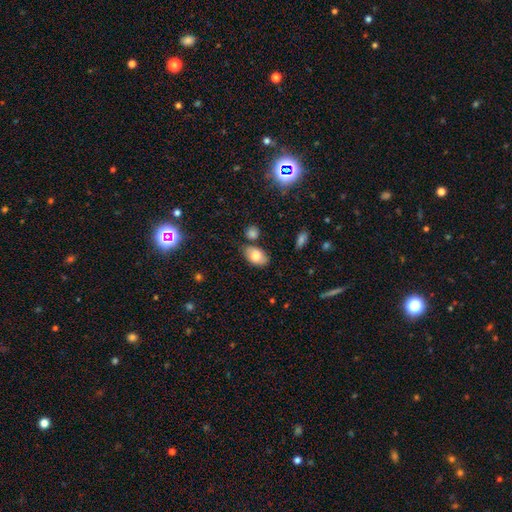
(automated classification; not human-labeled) Smooth or featured? Predicted: smooth (p=0.76). How rounded? Predicted: in between (p=0.91). Merging? Predicted: none (p=0.75).